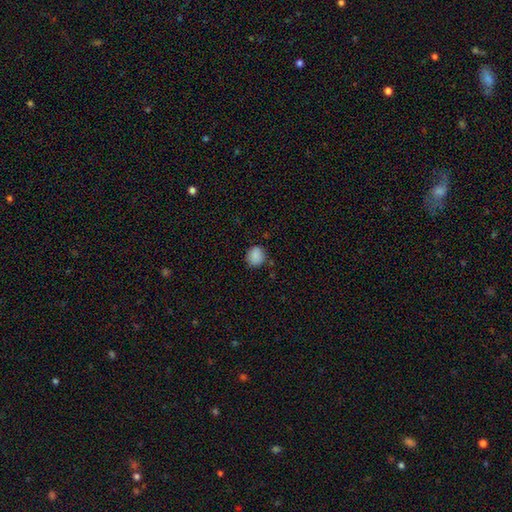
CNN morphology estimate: smooth_or_featured: smooth (p=0.88) [alt: star or artifact p=0.09]
how_rounded: round (p=0.78) [alt: in between p=0.21]
merging: none (p=0.81) [alt: minor disturbance p=0.14]